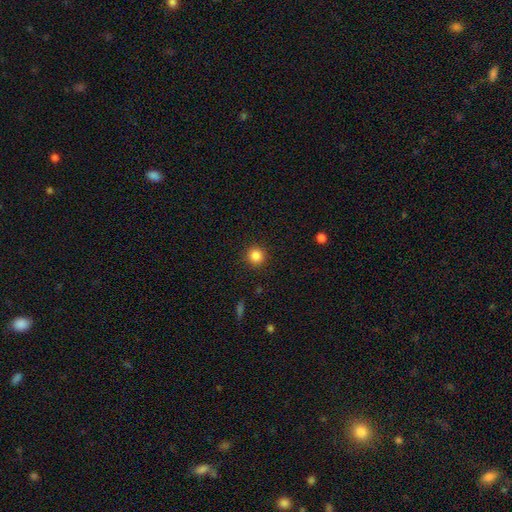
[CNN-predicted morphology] The model was most divided on "smooth or featured": smooth: 85%, star or artifact: 11%, featured or disk: 4%. More confident: how rounded — round (94%); merging — none (91%).